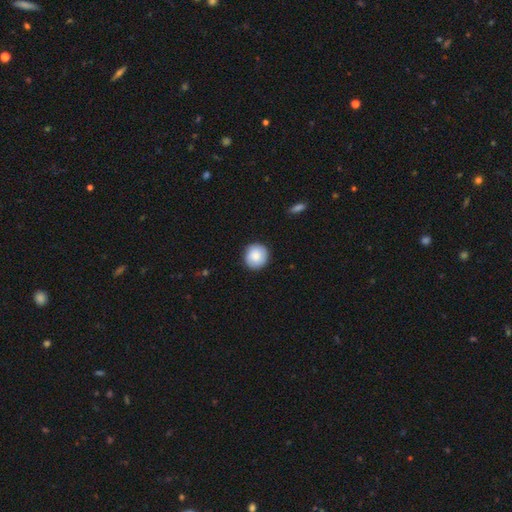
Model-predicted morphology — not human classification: type=smooth (86%); roundness=round (92%); merging=none (89%).